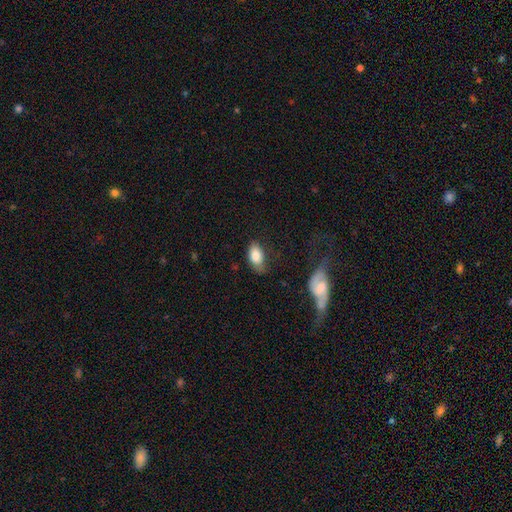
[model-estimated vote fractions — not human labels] A smooth galaxy with no disk features (81%) that is in between round and cigar-shaped (92%).

Vote fractions:
- Smooth or featured? smooth: 81% / featured or disk: 12% / star or artifact: 7%
- How rounded? in between: 92% / round: 6% / cigar-shaped: 2%
- Merging? none: 58% / minor disturbance: 28% / major disturbance: 10% / merger: 3%